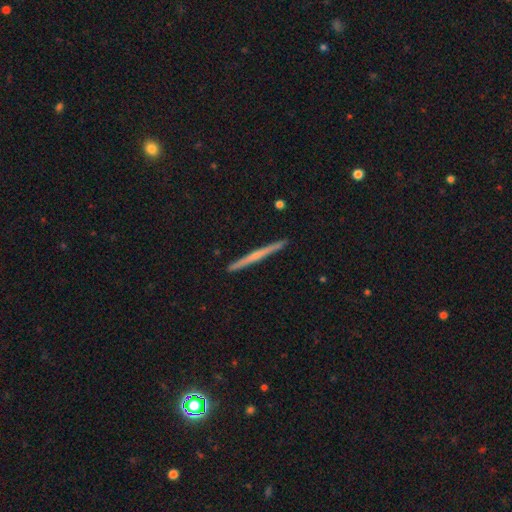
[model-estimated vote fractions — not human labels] Smooth or featured? featured or disk (60%)
Edge-on disk? yes (98%)
Edge-on bulge? none (56%)
Merging? none (93%)